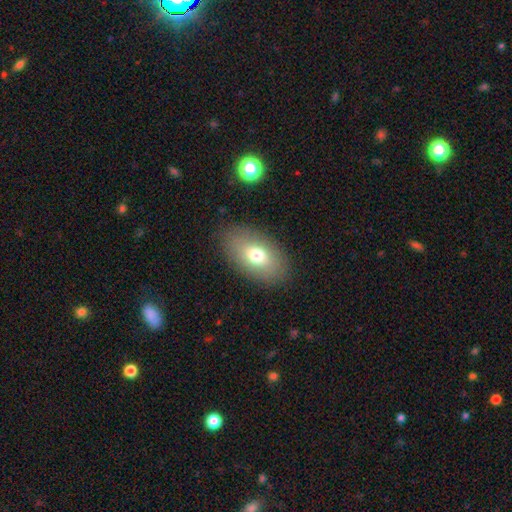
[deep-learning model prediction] Q: Smooth or featured?
A: smooth (72%); runner-up: featured or disk (19%)
Q: How rounded?
A: in between (91%); runner-up: round (8%)
Q: Merging?
A: none (84%); runner-up: minor disturbance (10%)